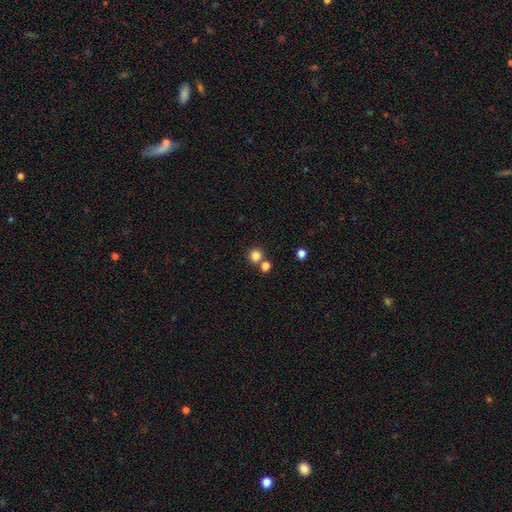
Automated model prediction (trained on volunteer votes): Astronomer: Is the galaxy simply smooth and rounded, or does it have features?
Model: smooth — 83%.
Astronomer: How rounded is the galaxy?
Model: round — 91%.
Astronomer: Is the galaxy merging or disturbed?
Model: none — 68%.